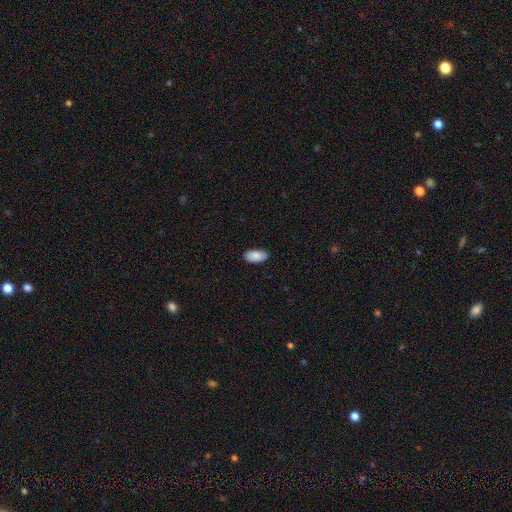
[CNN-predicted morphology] Smooth or featured? Predicted: smooth (p=0.86). How rounded? Predicted: in between (p=0.95). Merging? Predicted: none (p=0.87).